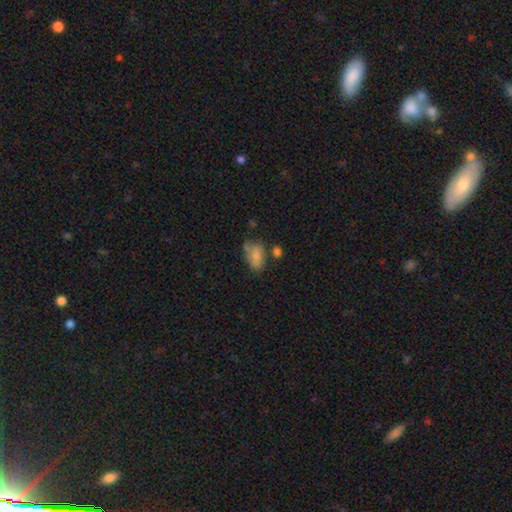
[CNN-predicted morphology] smooth_or_featured: smooth (p=0.74) [alt: featured or disk p=0.17]
how_rounded: in between (p=0.88) [alt: round p=0.10]
merging: none (p=0.41) [alt: minor disturbance p=0.27]